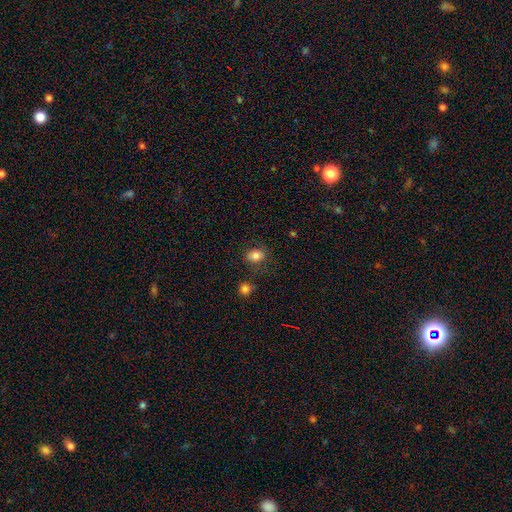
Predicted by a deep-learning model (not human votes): smooth_or_featured: smooth (p=0.82) [alt: star or artifact p=0.11]
how_rounded: in between (p=0.58) [alt: round p=0.41]
merging: none (p=0.74) [alt: minor disturbance p=0.16]